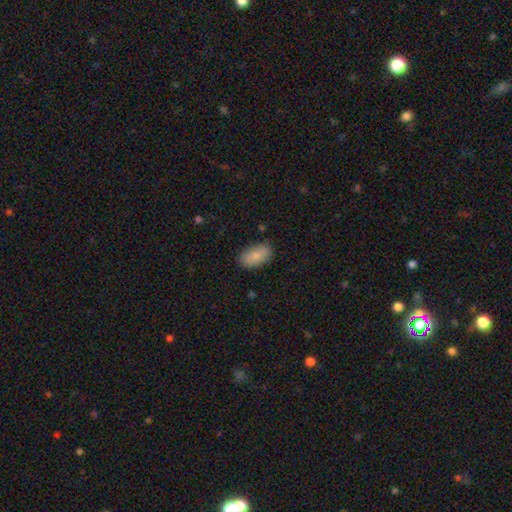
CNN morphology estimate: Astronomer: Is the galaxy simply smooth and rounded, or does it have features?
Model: smooth — 84%.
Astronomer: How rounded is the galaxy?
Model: in between — 93%.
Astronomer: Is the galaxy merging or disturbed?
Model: none — 81%.